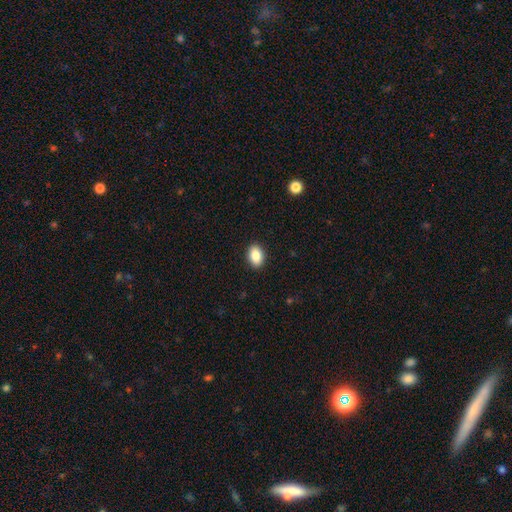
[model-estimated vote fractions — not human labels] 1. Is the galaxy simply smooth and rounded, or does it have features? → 86% smooth, 8% star or artifact, 6% featured or disk.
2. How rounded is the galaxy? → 83% in between, 15% round, 1% cigar-shaped.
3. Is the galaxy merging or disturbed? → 91% none, 7% minor disturbance, 2% major disturbance, 1% merger.